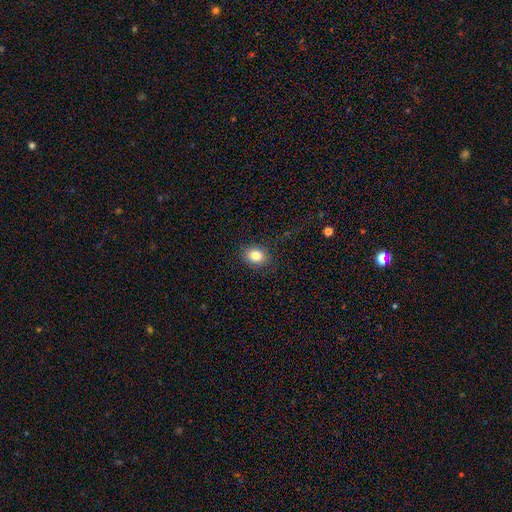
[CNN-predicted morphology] This is clearly a smooth galaxy (83%). How rounded: possibly in between (50%). Merging: clearly none (87%).